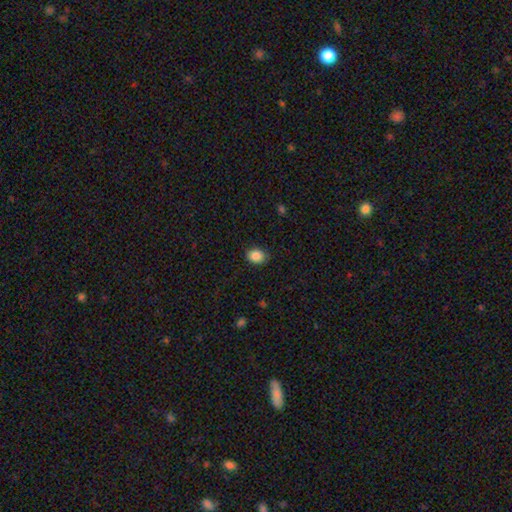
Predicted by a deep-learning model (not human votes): smooth-or-featured: smooth: 87% | star or artifact: 8% | featured or disk: 4%
  how-rounded: in between: 57% | round: 43% | cigar-shaped: 1%
  merging: none: 83% | minor disturbance: 13% | major disturbance: 3% | merger: 1%